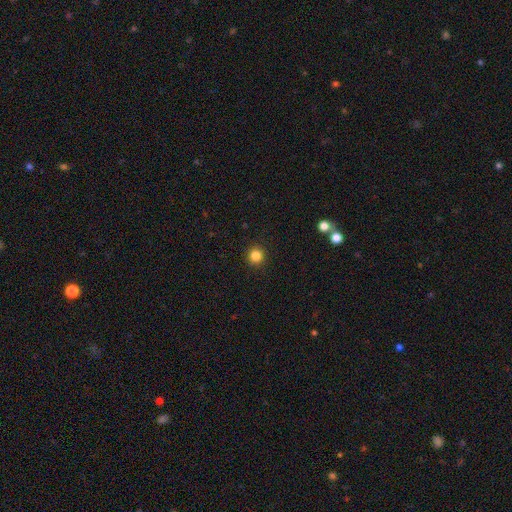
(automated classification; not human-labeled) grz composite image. It shows a smooth galaxy with no disk features (84%) that is round (95%). Merging: none (93%).